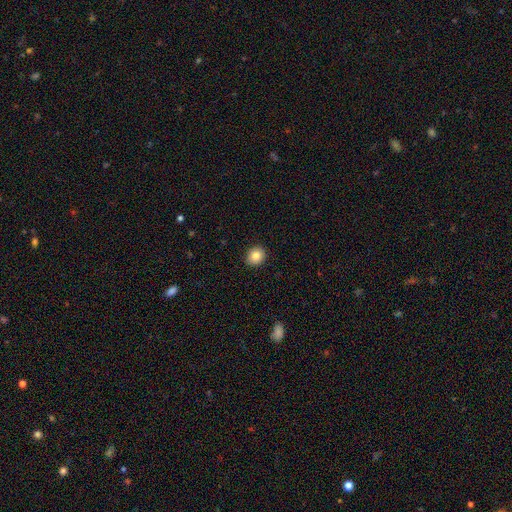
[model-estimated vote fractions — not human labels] Smooth or featured: smooth — 84% (star or artifact — 9%)
How rounded: round — 70% (in between — 29%)
Merging: none — 91% (minor disturbance — 6%)